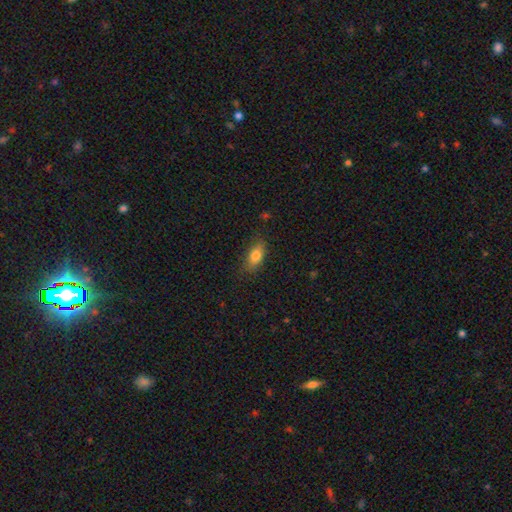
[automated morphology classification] A smooth galaxy with no disk features (81%) that is in between round and cigar-shaped (84%). Merging: none (80%).